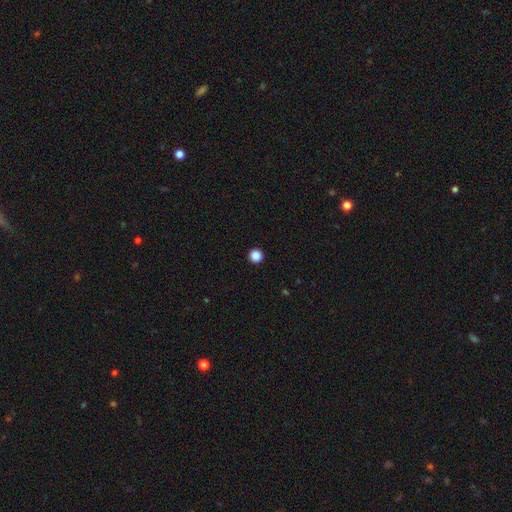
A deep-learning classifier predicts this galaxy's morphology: smooth 87%, star or artifact 10%, featured or disk 2%. Down the decision tree: how rounded — round (96%); merging — none (94%).